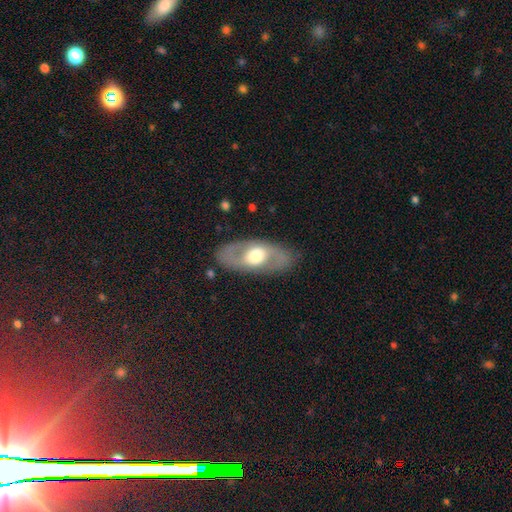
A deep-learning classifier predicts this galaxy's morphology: featured or disk 64%, smooth 31%, star or artifact 5%. Down the decision tree: edge-on disk — no (88%); bar — no (60%); spiral arms — yes (52%); bulge size — moderate (58%); merging — none (83%).